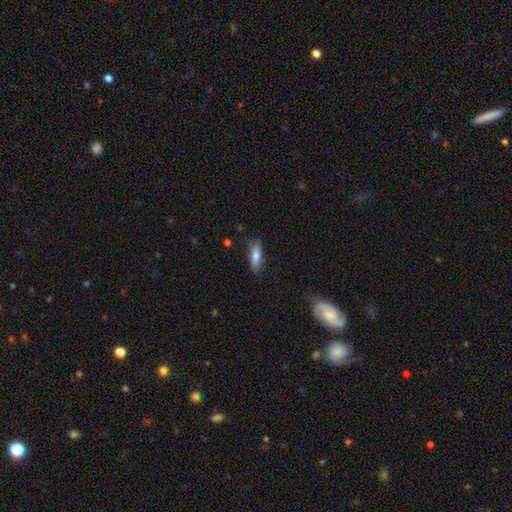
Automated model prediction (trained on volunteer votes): smooth-or-featured: smooth: 73% | featured or disk: 20% | star or artifact: 7%
  how-rounded: in between: 56% | cigar-shaped: 42% | round: 3%
  merging: none: 82% | minor disturbance: 14% | major disturbance: 3% | merger: 2%